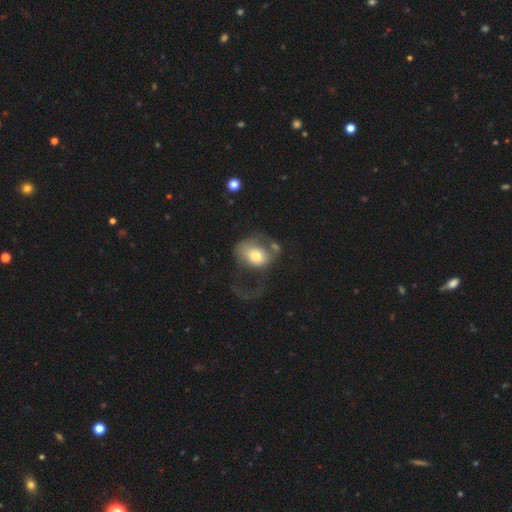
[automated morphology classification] Q: Smooth or featured?
A: smooth (59%); runner-up: featured or disk (34%)
Q: How rounded?
A: in between (65%); runner-up: round (34%)
Q: Merging?
A: major disturbance (57%); runner-up: none (19%)